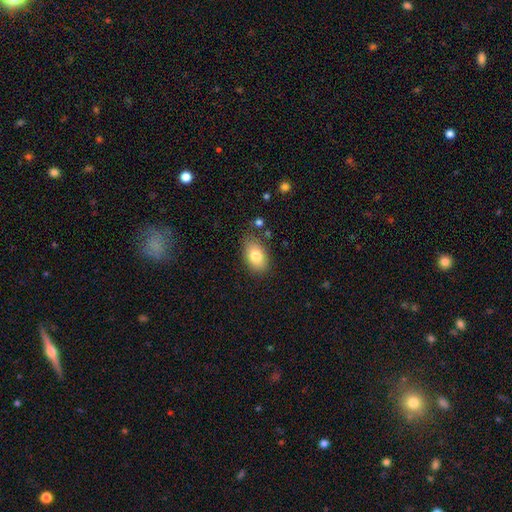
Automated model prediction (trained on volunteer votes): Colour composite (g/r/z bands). It shows a smooth galaxy with no disk features (81%) that is in between round and cigar-shaped (90%). Merging: none (76%).